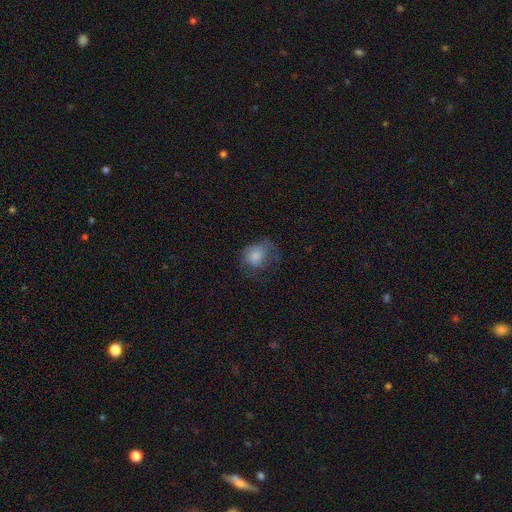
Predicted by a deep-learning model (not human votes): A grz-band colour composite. It shows a smooth galaxy with no disk features (73%) that is round (59%). Merging: none (41%).